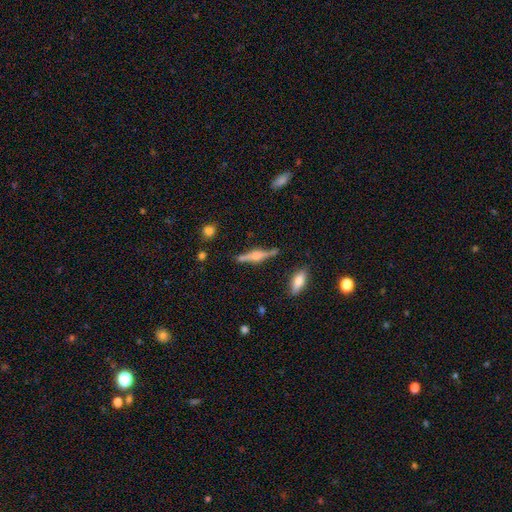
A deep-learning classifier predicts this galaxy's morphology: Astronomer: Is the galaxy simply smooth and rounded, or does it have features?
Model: featured or disk — 73%.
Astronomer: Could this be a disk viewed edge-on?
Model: yes — 97%.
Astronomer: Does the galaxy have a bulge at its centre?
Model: rounded — 86%.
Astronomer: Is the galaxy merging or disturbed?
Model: none — 81%.